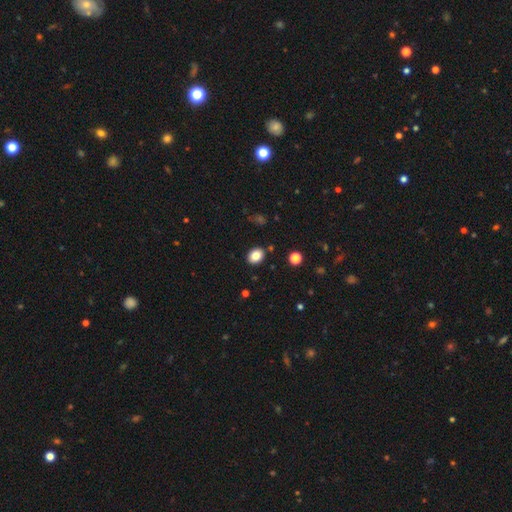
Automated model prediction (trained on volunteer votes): smooth-or-featured: smooth: 84% | star or artifact: 10% | featured or disk: 6%
  how-rounded: in between: 63% | round: 36% | cigar-shaped: 1%
  merging: none: 88% | minor disturbance: 8% | major disturbance: 2% | merger: 2%